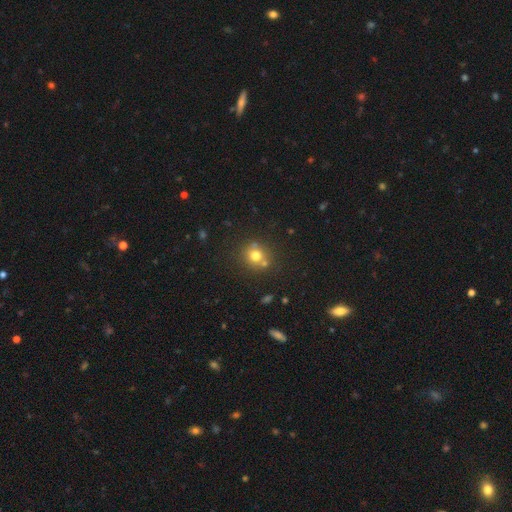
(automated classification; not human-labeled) Smooth or featured? Predicted: smooth (p=0.73). How rounded? Predicted: round (p=0.86). Merging? Predicted: none (p=0.66).